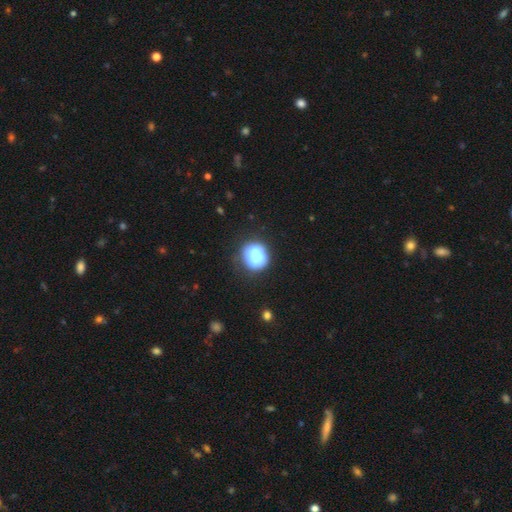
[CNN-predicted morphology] Smooth or featured: smooth — 78% (featured or disk — 13%)
How rounded: round — 79% (in between — 20%)
Merging: none — 61% (minor disturbance — 23%)